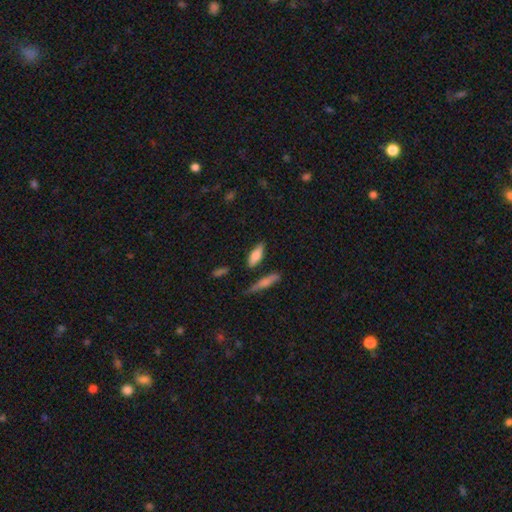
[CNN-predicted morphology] Q: Smooth or featured?
A: smooth (72%); runner-up: featured or disk (21%)
Q: How rounded?
A: in between (56%); runner-up: cigar-shaped (42%)
Q: Merging?
A: none (78%); runner-up: minor disturbance (13%)